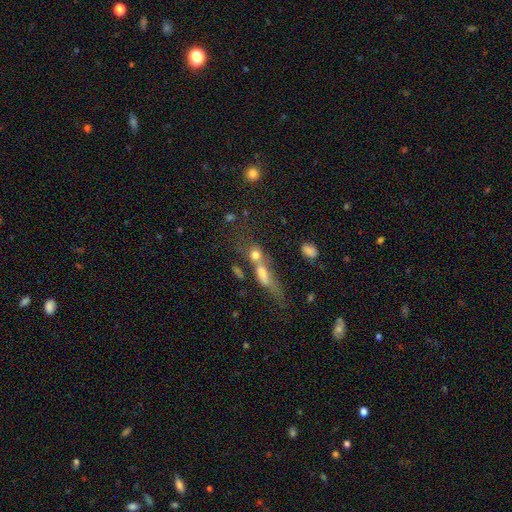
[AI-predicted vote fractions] Smooth or featured: smooth — 49% (featured or disk — 33%)
Merging: merger — 50% (none — 27%)